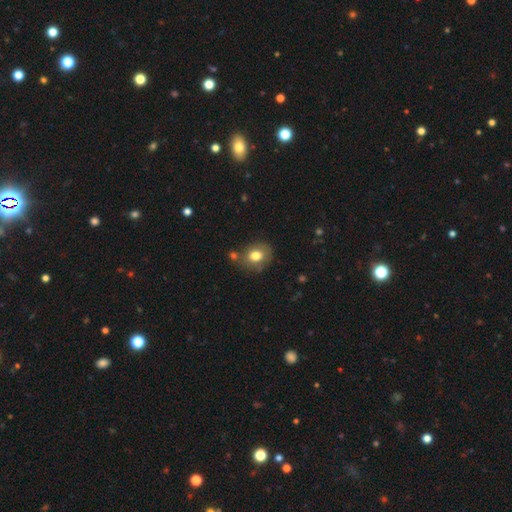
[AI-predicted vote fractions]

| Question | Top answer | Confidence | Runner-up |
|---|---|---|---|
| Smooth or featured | smooth | 76% | featured or disk (14%) |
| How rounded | round | 56% | in between (43%) |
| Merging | none | 67% | minor disturbance (18%) |